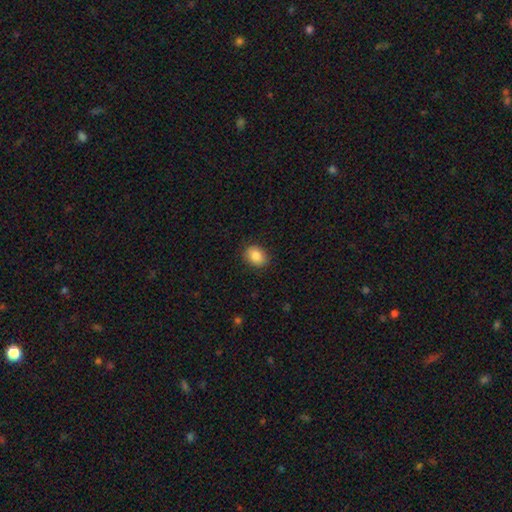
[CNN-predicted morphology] smooth 85%, star or artifact 8%, featured or disk 7%. Down the decision tree: how rounded — in between (64%); merging — none (89%).